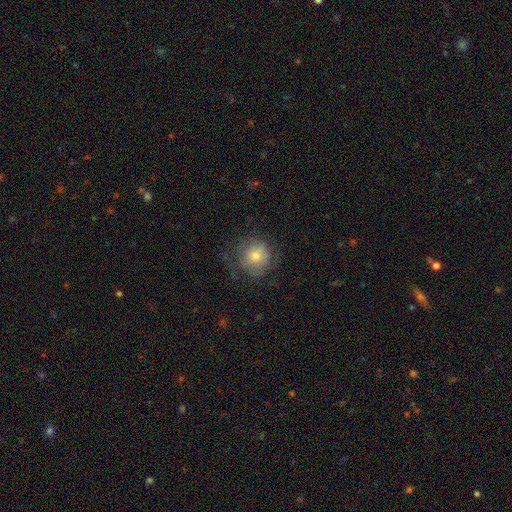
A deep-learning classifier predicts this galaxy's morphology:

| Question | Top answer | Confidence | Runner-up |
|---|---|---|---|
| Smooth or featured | smooth | 62% | featured or disk (29%) |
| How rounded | round | 90% | in between (9%) |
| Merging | none | 64% | minor disturbance (20%) |